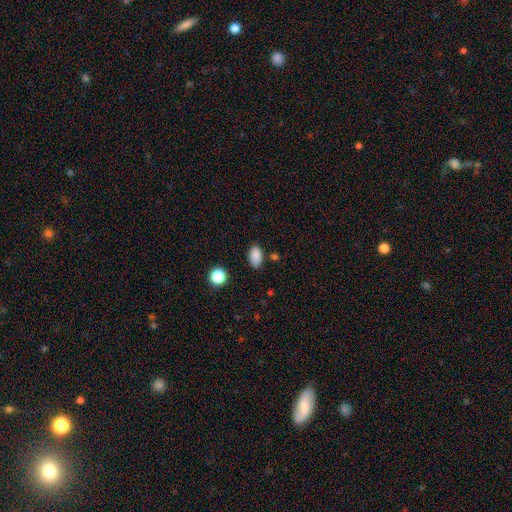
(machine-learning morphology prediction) smooth 86%, star or artifact 10%, featured or disk 4%. Down the decision tree: how rounded — in between (91%); merging — none (81%).